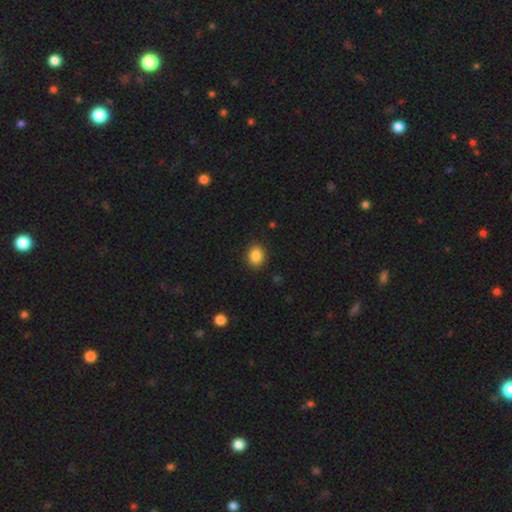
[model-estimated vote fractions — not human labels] Q: Smooth or featured?
A: smooth (87%); runner-up: star or artifact (9%)
Q: How rounded?
A: round (52%); runner-up: in between (47%)
Q: Merging?
A: none (89%); runner-up: minor disturbance (8%)